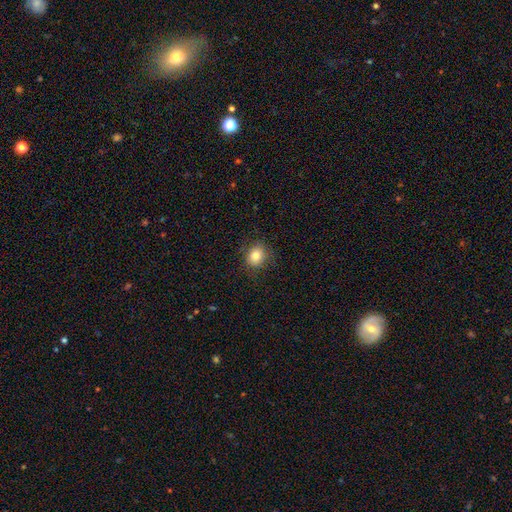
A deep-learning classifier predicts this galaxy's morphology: A smooth galaxy with no disk features (83%) that is round (70%). Merging: none (81%).